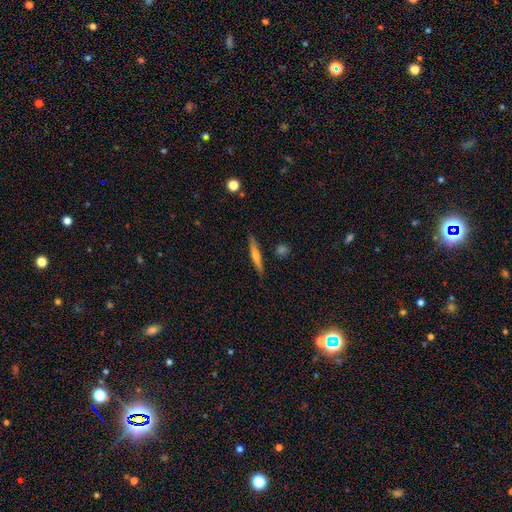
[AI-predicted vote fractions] Morphology: type=featured or disk (55%); edge-on=yes (96%); edge-on bulge=rounded (78%); merging=none (87%).